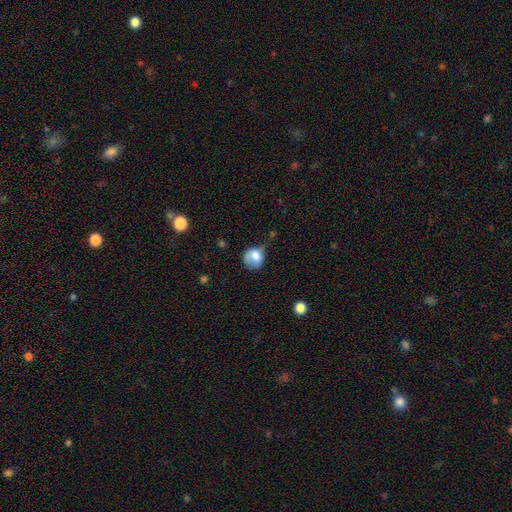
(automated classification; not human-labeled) The model was most divided on "merging": minor disturbance: 36%, none: 30%, major disturbance: 28%, merger: 5%. More confident: smooth or featured — smooth (73%); how rounded — round (64%).